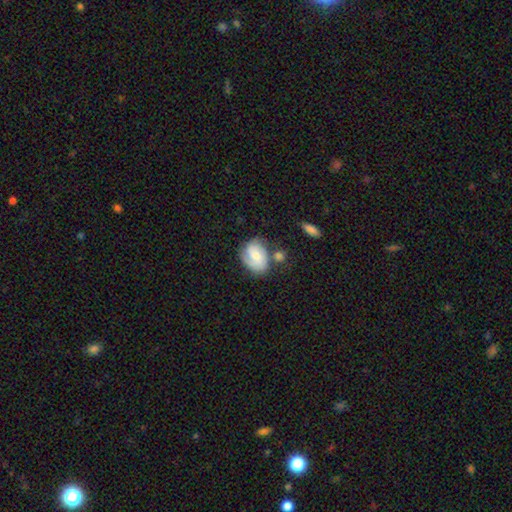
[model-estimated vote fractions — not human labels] The model was most divided on "smooth or featured": featured or disk: 51%, smooth: 42%, star or artifact: 7%. More confident: edge-on disk — no (97%); merging — none (52%).